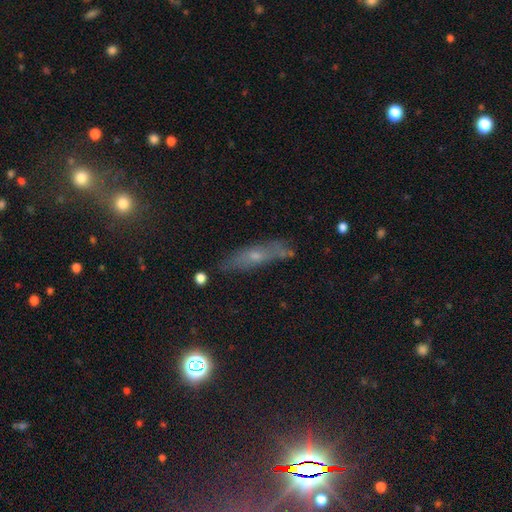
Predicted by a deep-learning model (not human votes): Q: Smooth or featured?
A: featured or disk (43%); tied with: smooth (43%)
Q: Merging?
A: none (73%); runner-up: minor disturbance (18%)